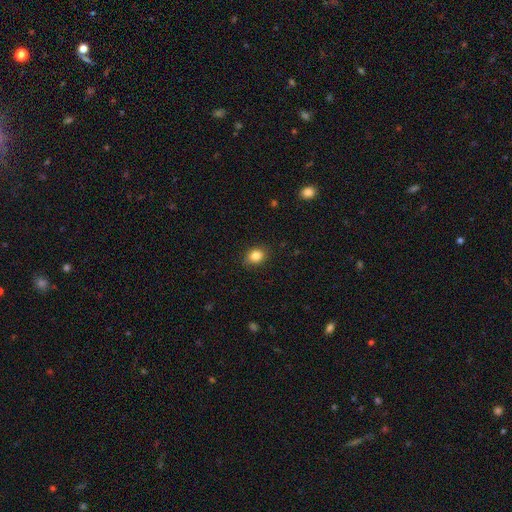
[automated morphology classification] The model was most divided on "how rounded": round: 52%, in between: 47%, cigar-shaped: 1%. More confident: merging — none (86%); smooth or featured — smooth (85%).